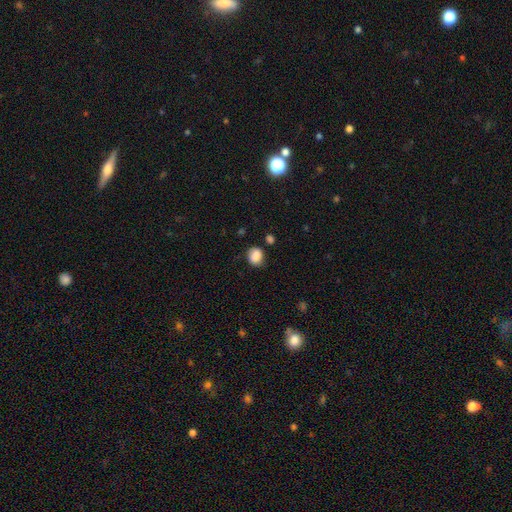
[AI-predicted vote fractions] Smooth or featured?
  - smooth: 85% *
  - star or artifact: 9%
  - featured or disk: 6%
How rounded?
  - round: 57% *
  - in between: 42%
  - cigar-shaped: 1%
Merging?
  - none: 69% *
  - minor disturbance: 21%
  - major disturbance: 6%
  - merger: 4%